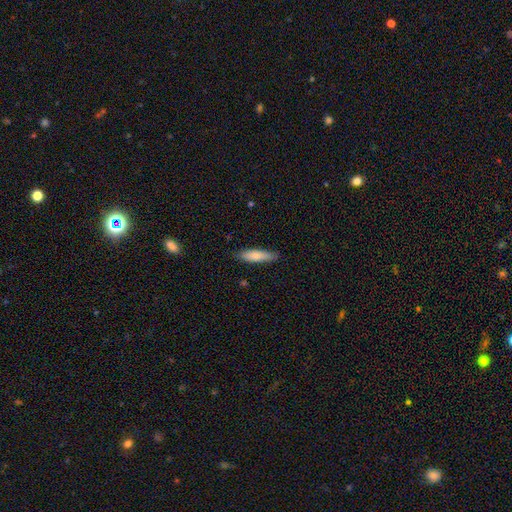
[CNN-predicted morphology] The model was most divided on "how rounded": cigar-shaped: 70%, in between: 28%, round: 2%. More confident: merging — none (86%); smooth or featured — smooth (78%).